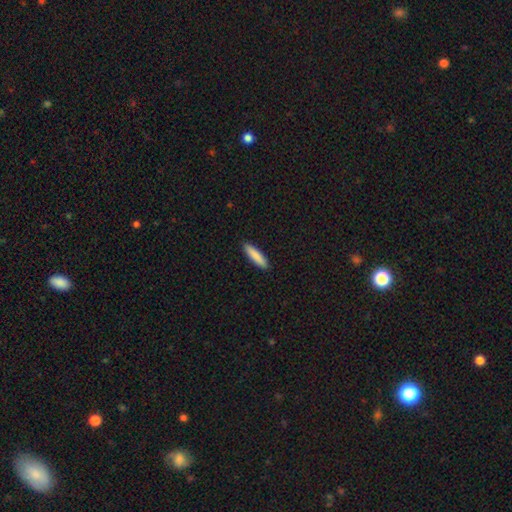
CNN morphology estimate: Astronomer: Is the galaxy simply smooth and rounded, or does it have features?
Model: smooth — 87%.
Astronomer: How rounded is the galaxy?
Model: cigar-shaped — 78%.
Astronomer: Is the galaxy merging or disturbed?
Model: none — 92%.